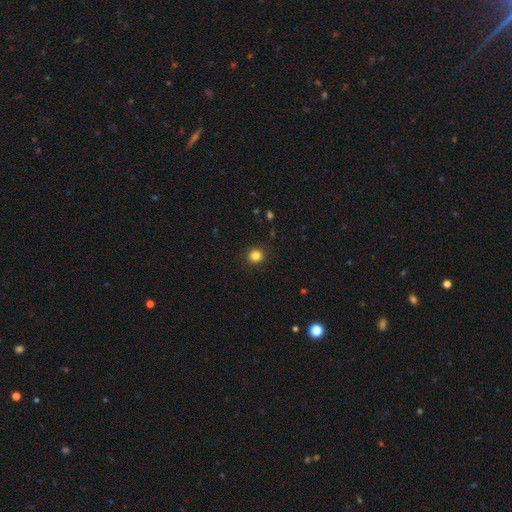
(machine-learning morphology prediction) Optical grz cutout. It shows a smooth galaxy with no disk features (83%) that is round (92%). Merging: none (92%).